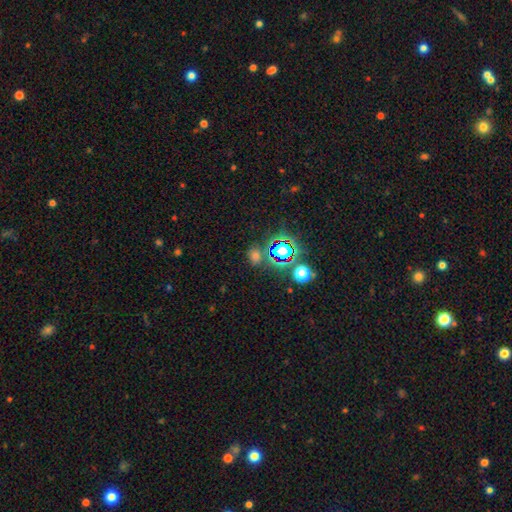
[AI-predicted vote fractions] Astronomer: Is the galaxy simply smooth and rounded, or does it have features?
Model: smooth — 52% (runner-up: star or artifact, 40%).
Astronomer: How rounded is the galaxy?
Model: round — 53% (runner-up: in between, 45%).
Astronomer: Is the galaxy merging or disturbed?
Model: none — 76%.